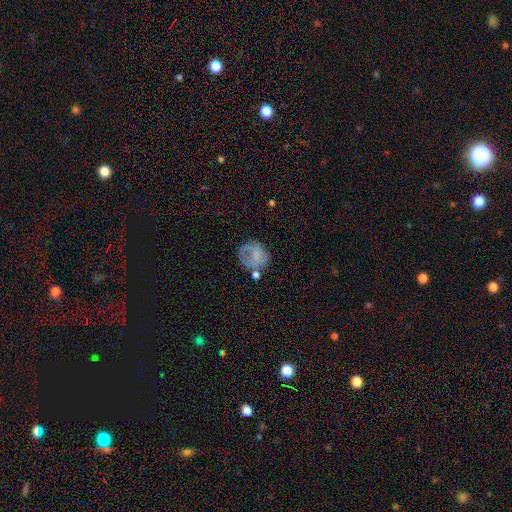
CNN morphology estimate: Smooth or featured: smooth — 58% (featured or disk — 32%)
How rounded: round — 73% (in between — 26%)
Merging: none — 47% (minor disturbance — 24%)